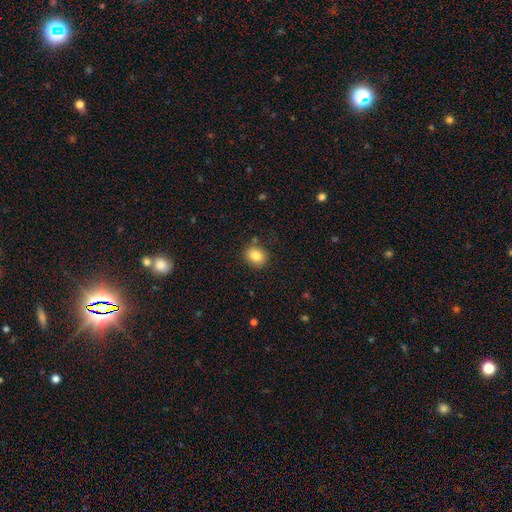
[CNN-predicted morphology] This is clearly a smooth galaxy (84%). How rounded: likely round (62%). Merging: clearly none (84%).